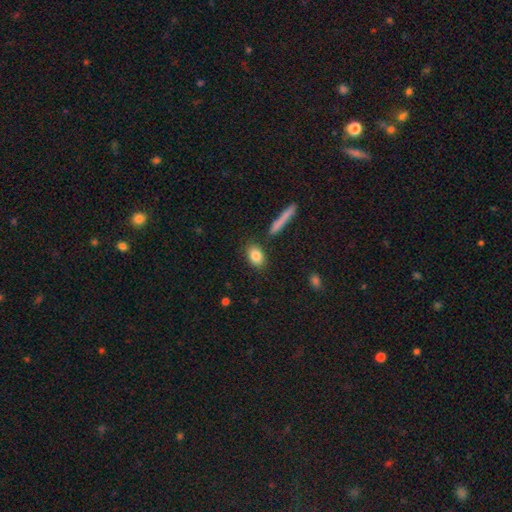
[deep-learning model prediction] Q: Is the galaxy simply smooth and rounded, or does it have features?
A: smooth — 84%.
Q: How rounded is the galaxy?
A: in between — 78%.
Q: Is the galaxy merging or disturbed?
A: none — 83%.